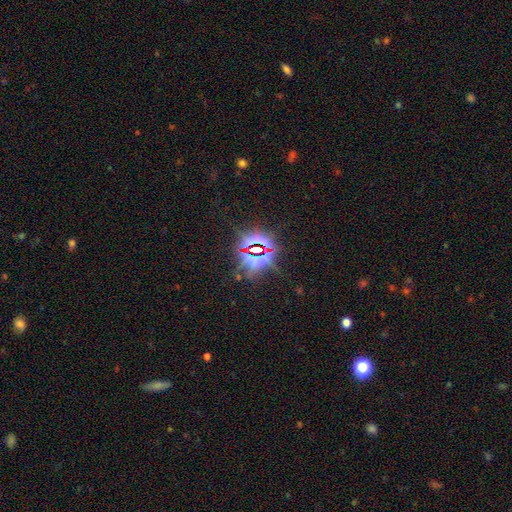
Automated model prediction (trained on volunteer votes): Smooth or featured? star or artifact (81%)